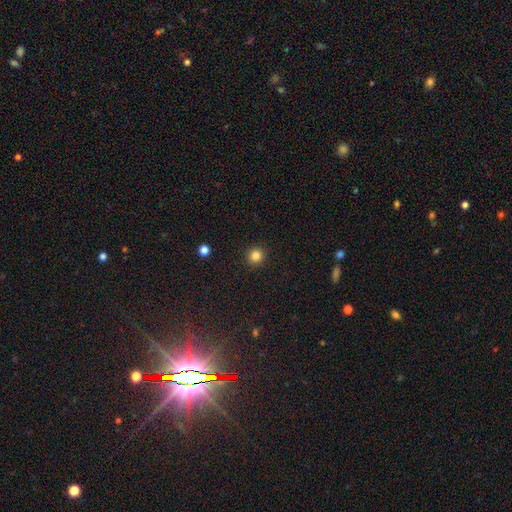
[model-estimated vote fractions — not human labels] Smooth or featured? Predicted: smooth (p=0.83). How rounded? Predicted: round (p=0.94). Merging? Predicted: none (p=0.93).